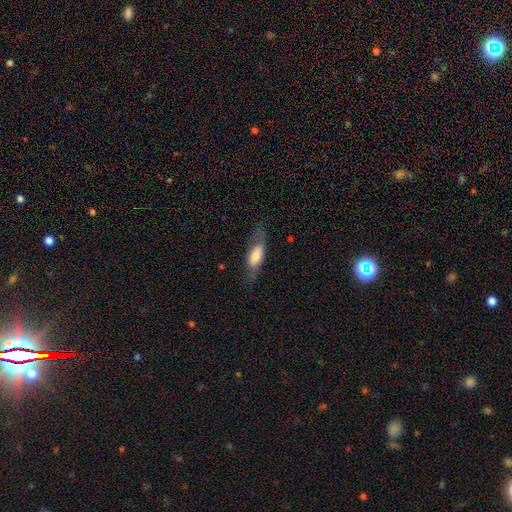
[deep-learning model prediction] A smooth galaxy with no disk features (61%) that is in between round and cigar-shaped (65%). Merging: none (70%).